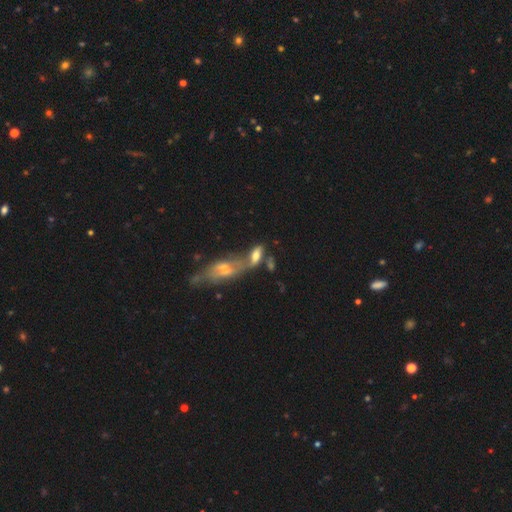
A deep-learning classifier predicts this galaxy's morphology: smooth-or-featured: smooth: 58% | featured or disk: 32% | star or artifact: 10%
  how-rounded: in between: 80% | cigar-shaped: 15% | round: 5%
  merging: merger: 51% | none: 28% | minor disturbance: 12% | major disturbance: 9%